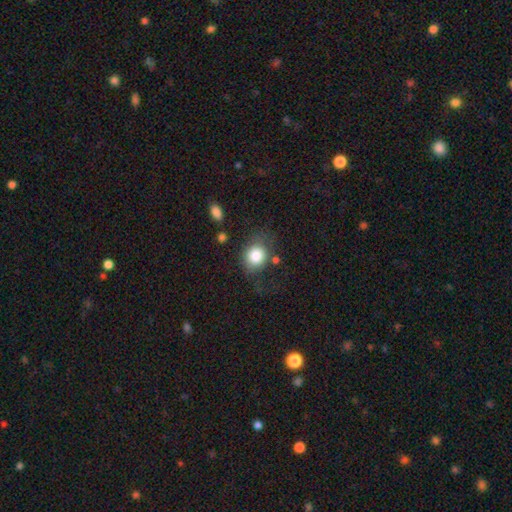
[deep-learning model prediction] Q: Smooth or featured?
A: smooth (83%); runner-up: star or artifact (9%)
Q: How rounded?
A: round (69%); runner-up: in between (31%)
Q: Merging?
A: none (62%); runner-up: minor disturbance (20%)